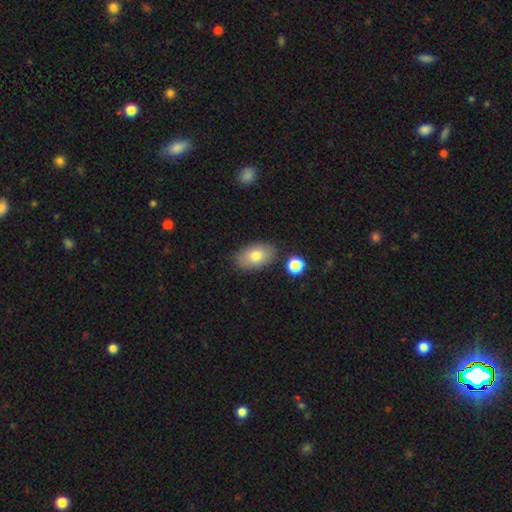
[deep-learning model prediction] Overall: smooth (79%). How rounded: in between (91%). Merging: none (81%).